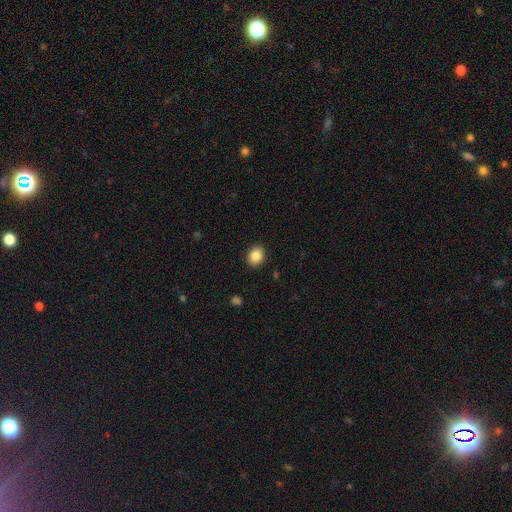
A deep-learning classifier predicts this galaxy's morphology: type=smooth (87%); roundness=round (50%); merging=none (90%).